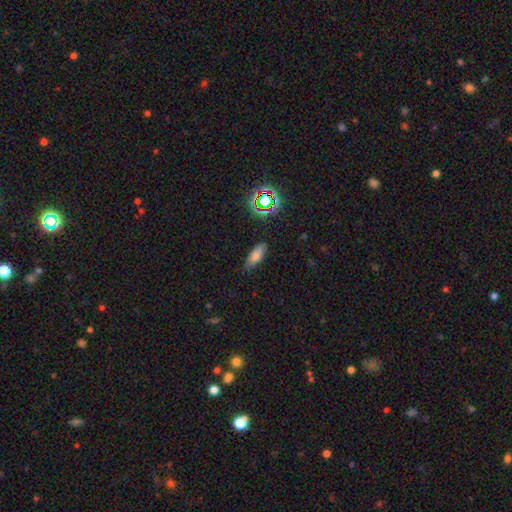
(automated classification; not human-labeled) Smooth or featured? smooth (72%)
How rounded? in between (69%)
Merging? none (80%)